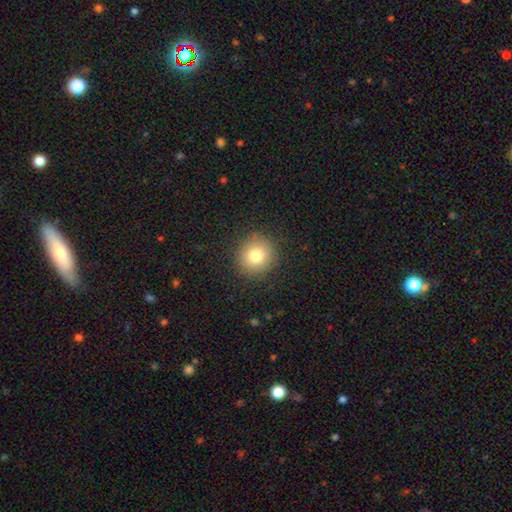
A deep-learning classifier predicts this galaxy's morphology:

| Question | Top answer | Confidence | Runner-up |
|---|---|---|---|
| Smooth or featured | smooth | 78% | star or artifact (11%) |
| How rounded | round | 87% | in between (12%) |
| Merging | none | 88% | minor disturbance (8%) |